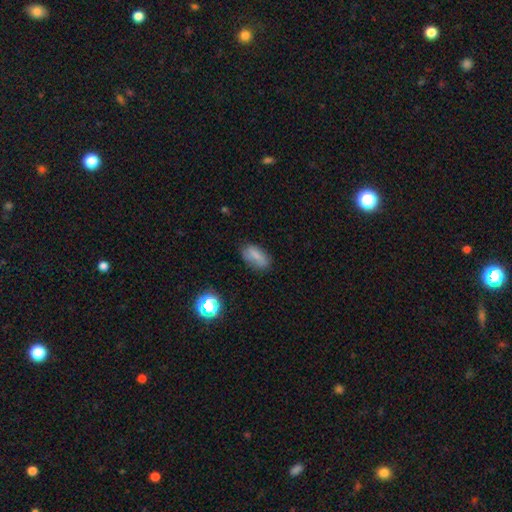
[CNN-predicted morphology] This appears to be a smooth galaxy with no disk features (75%) that is in between round and cigar-shaped (87%). Merging: none (72%).